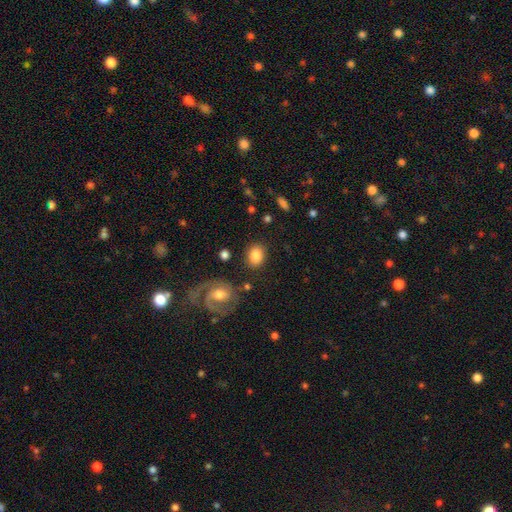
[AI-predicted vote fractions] A smooth galaxy with no disk features (81%) that is in between round and cigar-shaped (52%). Merging: none (81%).